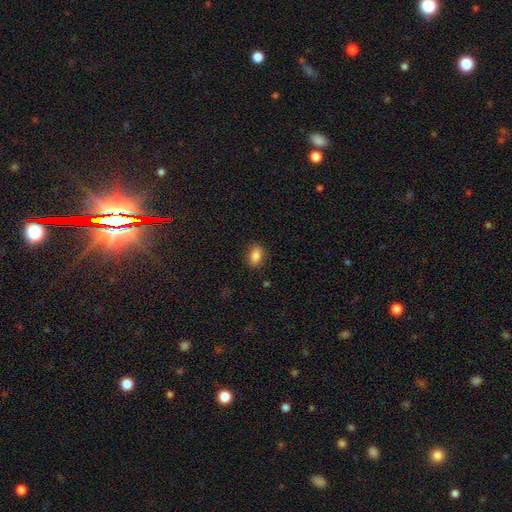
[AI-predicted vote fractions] The model was most divided on "how rounded": in between: 82%, round: 15%, cigar-shaped: 2%. More confident: merging — none (86%); smooth or featured — smooth (85%).